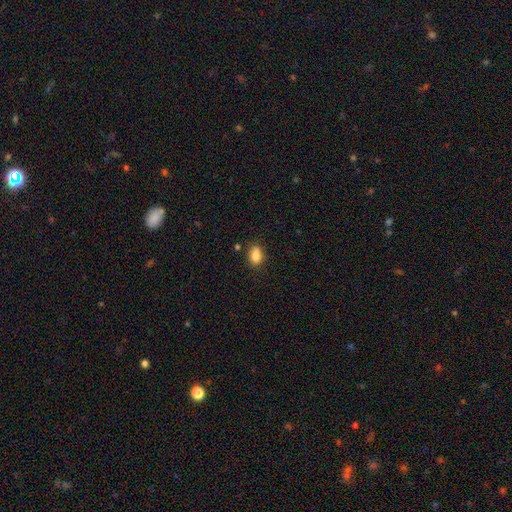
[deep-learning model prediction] Q: Smooth or featured?
A: smooth (85%); runner-up: star or artifact (9%)
Q: How rounded?
A: in between (82%); runner-up: round (16%)
Q: Merging?
A: none (79%); runner-up: minor disturbance (15%)